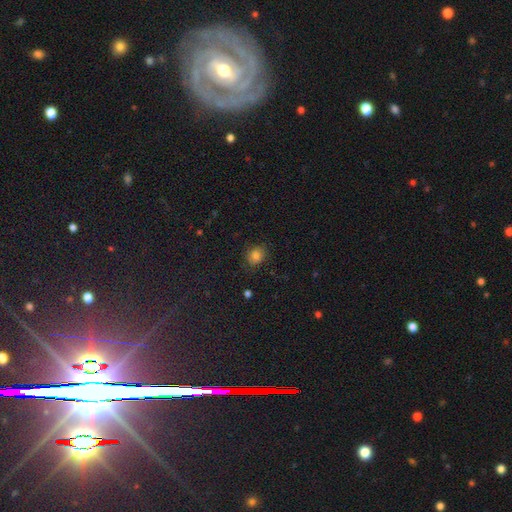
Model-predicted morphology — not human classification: Smooth or featured: smooth — 77% (star or artifact — 15%)
How rounded: round — 73% (in between — 26%)
Merging: none — 79% (minor disturbance — 15%)